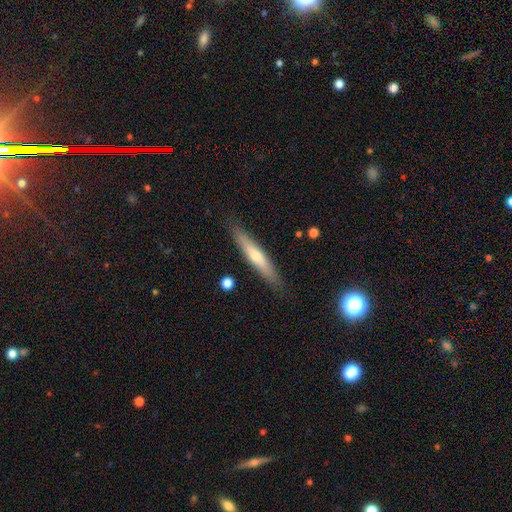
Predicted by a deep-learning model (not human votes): Smooth or featured? Predicted: featured or disk (p=0.51). Edge-on disk? Predicted: yes (p=0.92). Merging? Predicted: none (p=0.88).